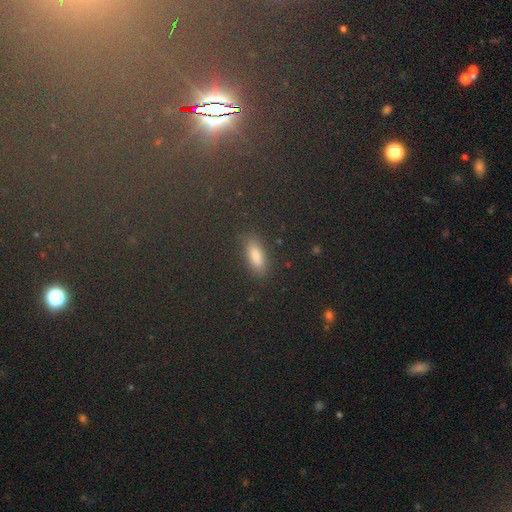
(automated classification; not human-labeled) smooth-or-featured: smooth: 54% | star or artifact: 33% | featured or disk: 13%
  how-rounded: in between: 62% | cigar-shaped: 30% | round: 8%
  merging: none: 89% | minor disturbance: 6% | major disturbance: 2% | merger: 2%